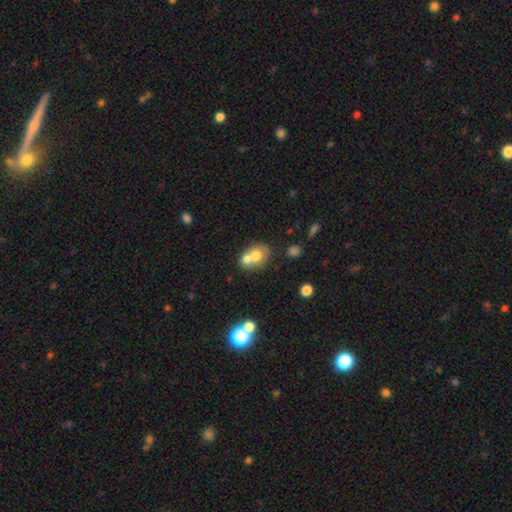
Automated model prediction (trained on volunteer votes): Smooth or featured?
  - smooth: 67% *
  - featured or disk: 24%
  - star or artifact: 10%
How rounded?
  - round: 55% *
  - in between: 44%
  - cigar-shaped: 1%
Merging?
  - merger: 63% *
  - none: 26%
  - minor disturbance: 8%
  - major disturbance: 4%